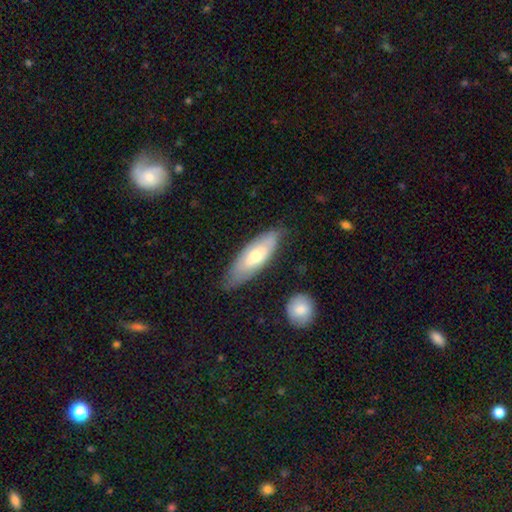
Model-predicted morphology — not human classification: Overall: smooth (58%; featured or disk 37%). How rounded: in between (63%; cigar-shaped 35%). Merging: none (72%).